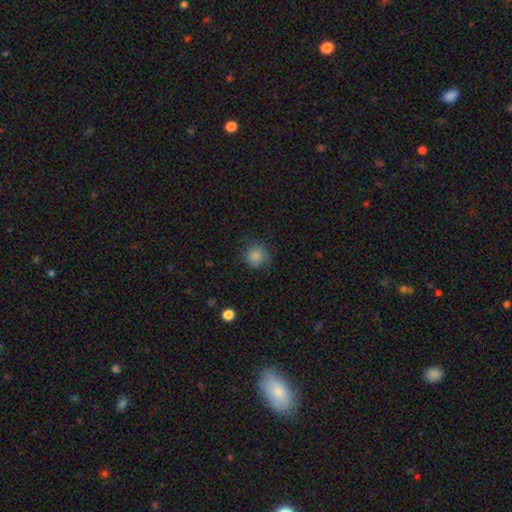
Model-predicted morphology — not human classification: Q: Smooth or featured?
A: smooth (85%); runner-up: star or artifact (10%)
Q: How rounded?
A: round (92%); runner-up: in between (7%)
Q: Merging?
A: none (81%); runner-up: minor disturbance (13%)